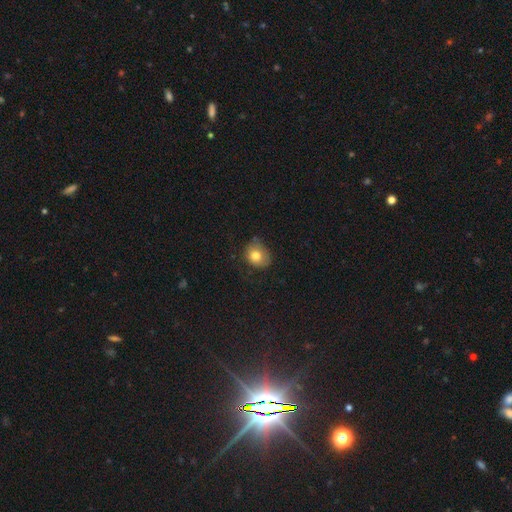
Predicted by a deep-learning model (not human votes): smooth 78%, featured or disk 12%, star or artifact 10%. Down the decision tree: how rounded — round (60%); merging — none (56%).